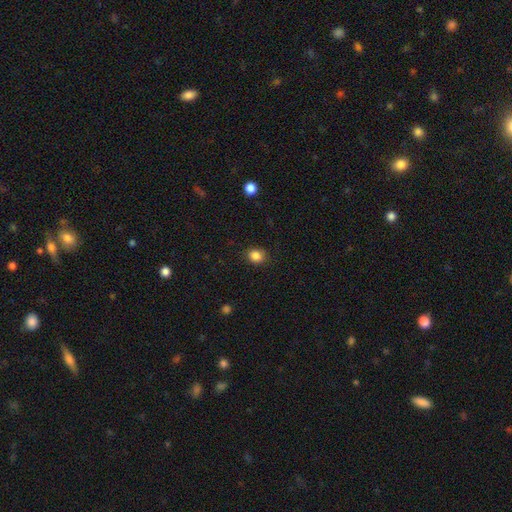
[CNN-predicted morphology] Smooth or featured?
  - smooth: 85% *
  - star or artifact: 11%
  - featured or disk: 4%
How rounded?
  - round: 69% *
  - in between: 30%
  - cigar-shaped: 1%
Merging?
  - none: 86% *
  - minor disturbance: 10%
  - major disturbance: 3%
  - merger: 1%